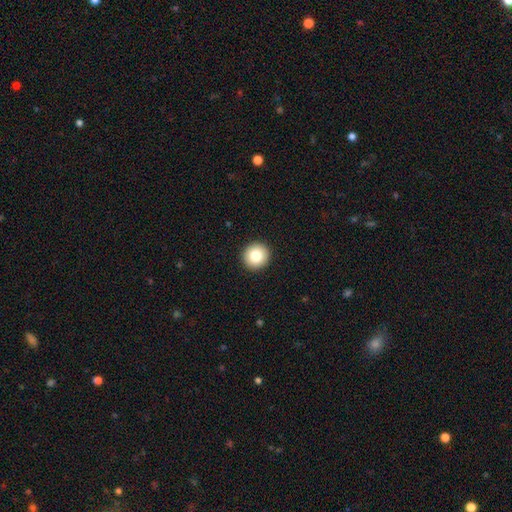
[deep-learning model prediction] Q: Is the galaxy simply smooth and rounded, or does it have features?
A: smooth — 83%.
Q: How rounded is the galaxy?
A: round — 94%.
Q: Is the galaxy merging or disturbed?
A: none — 93%.